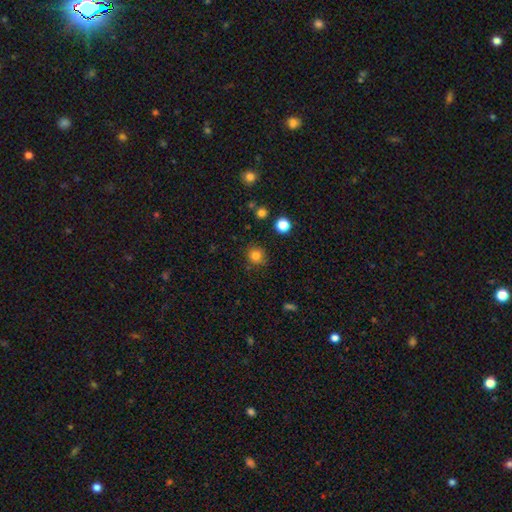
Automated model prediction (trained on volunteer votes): smooth-or-featured: smooth: 82% | star or artifact: 13% | featured or disk: 5%
  how-rounded: round: 91% | in between: 8% | cigar-shaped: 1%
  merging: none: 88% | minor disturbance: 7% | major disturbance: 2% | merger: 2%